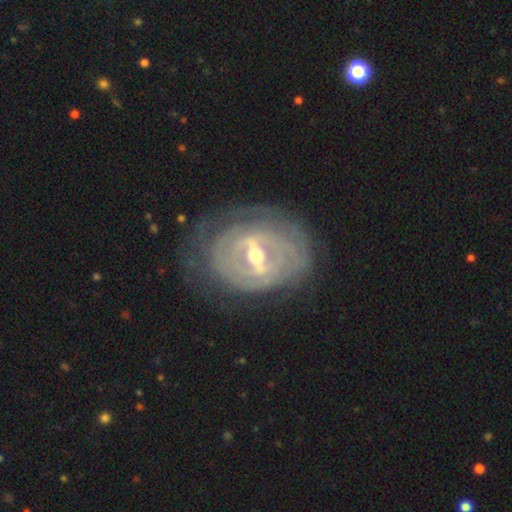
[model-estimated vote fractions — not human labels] Smooth or featured? featured or disk (86%)
Edge-on disk? no (94%)
Bar? strong (58%)
Spiral arms? yes (81%)
Spiral winding? tight (79%)
Spiral arm count? can't tell (53%)
Bulge size? moderate (62%)
Merging? none (72%)